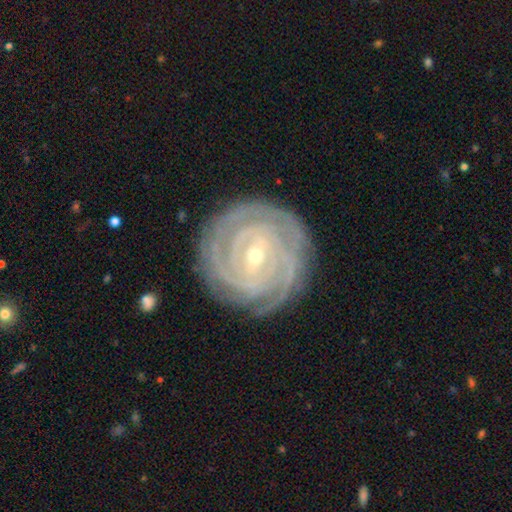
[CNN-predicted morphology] type=featured or disk (91%); edge-on=no (97%); bar=weak (41%); spiral arms=yes (98%); winding=tight (87%); arm count=4 (24%); bulge=small (69%); merging=none (83%).